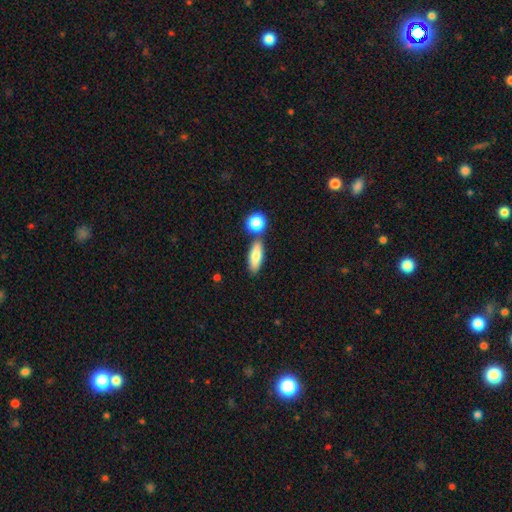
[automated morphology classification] smooth-or-featured: smooth: 81% | featured or disk: 12% | star or artifact: 7%
  how-rounded: in between: 65% | cigar-shaped: 30% | round: 5%
  merging: none: 67% | merger: 19% | minor disturbance: 11% | major disturbance: 3%